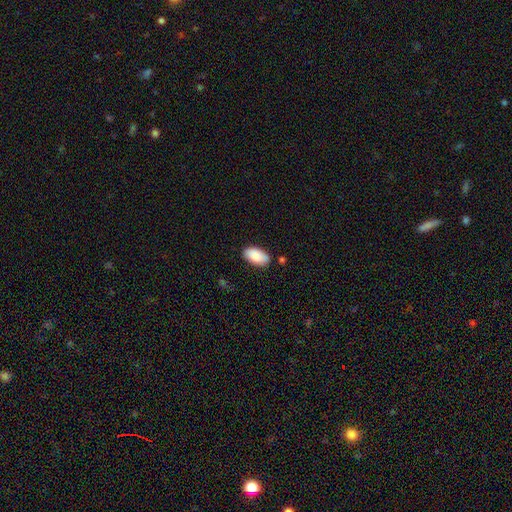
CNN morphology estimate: The model was most divided on "merging": none: 81%, minor disturbance: 14%, merger: 3%, major disturbance: 3%. More confident: how rounded — in between (95%); smooth or featured — smooth (89%).